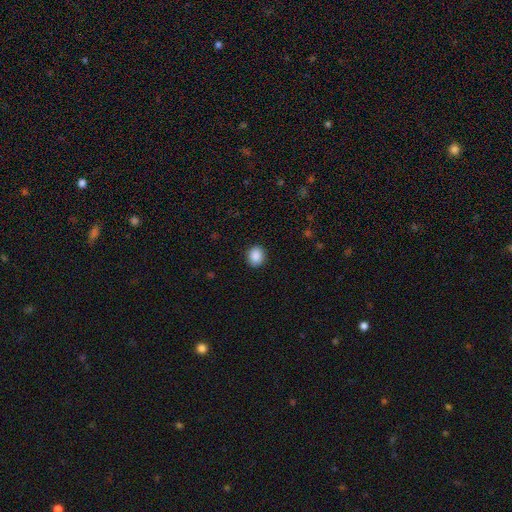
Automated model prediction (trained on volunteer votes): This is clearly a smooth galaxy (89%). How rounded: likely round (75%). Merging: clearly none (91%).